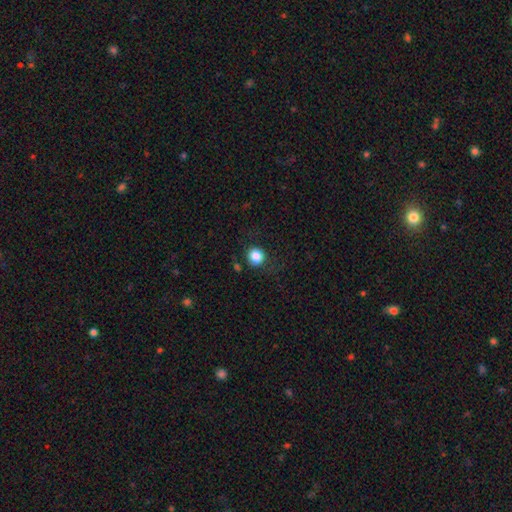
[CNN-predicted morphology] A smooth galaxy with no disk features (84%) that is round (91%). Merging: none (85%).